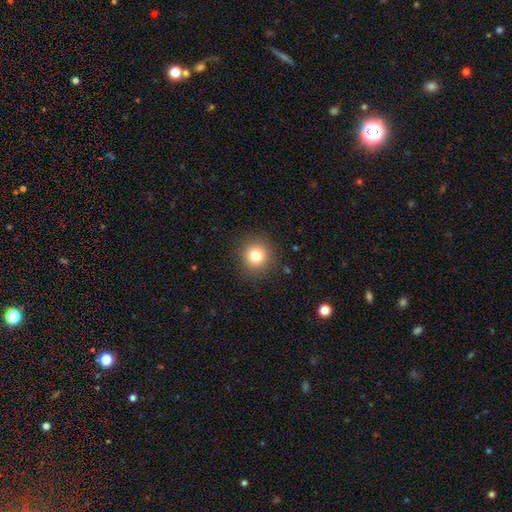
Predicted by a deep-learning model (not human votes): The model was most divided on "smooth or featured": smooth: 80%, star or artifact: 12%, featured or disk: 8%. More confident: how rounded — round (93%); merging — none (90%).